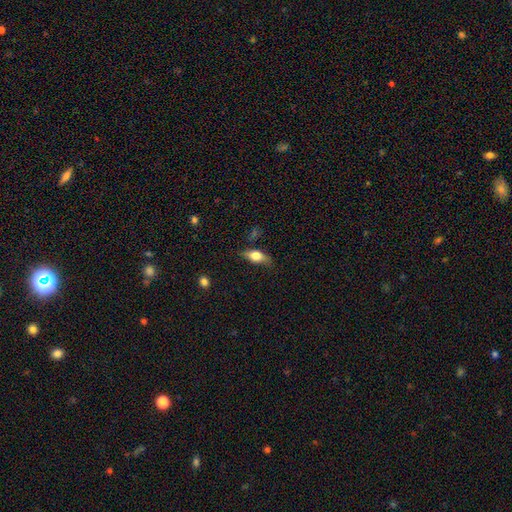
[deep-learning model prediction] smooth_or_featured: smooth (p=0.65) [alt: featured or disk p=0.28]
how_rounded: in between (p=0.77) [alt: cigar-shaped p=0.17]
merging: none (p=0.65) [alt: minor disturbance p=0.25]